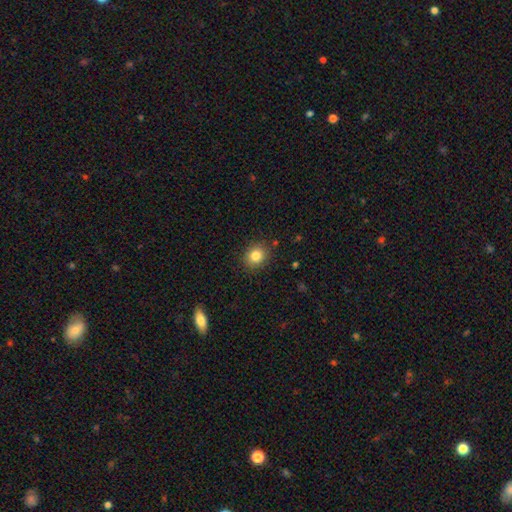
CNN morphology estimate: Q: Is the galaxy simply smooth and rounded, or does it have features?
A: smooth — 83%.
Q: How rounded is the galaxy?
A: round — 75%.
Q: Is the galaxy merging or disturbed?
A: none — 88%.